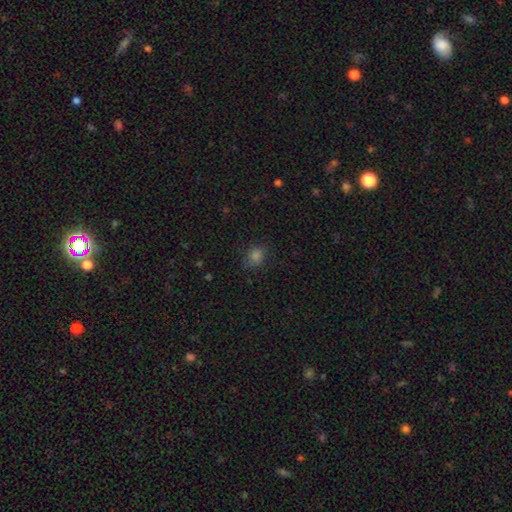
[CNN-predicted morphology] A smooth galaxy with no disk features (76%) that is round (66%).

Vote fractions:
- Smooth or featured? smooth: 76% / star or artifact: 19% / featured or disk: 6%
- How rounded? round: 66% / in between: 33% / cigar-shaped: 1%
- Merging? none: 78% / minor disturbance: 16% / major disturbance: 5% / merger: 1%